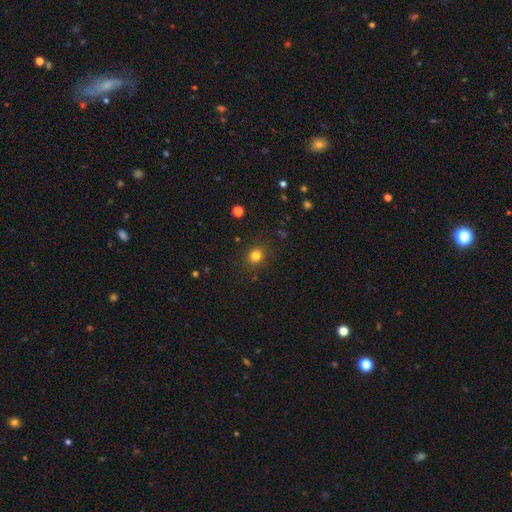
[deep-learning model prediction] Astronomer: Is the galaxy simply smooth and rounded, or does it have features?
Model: smooth — 81%.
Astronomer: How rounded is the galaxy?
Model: round — 87%.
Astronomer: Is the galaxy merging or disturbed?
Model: none — 89%.